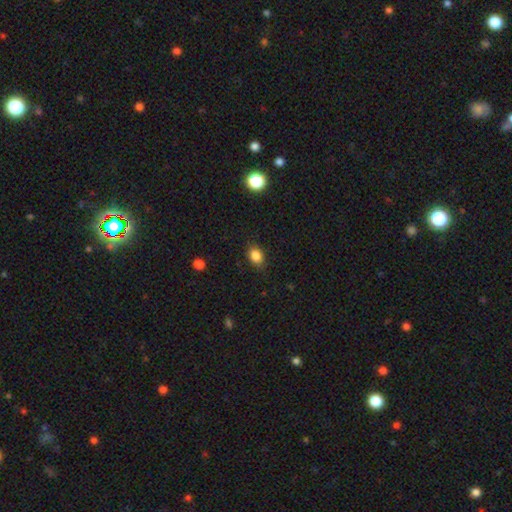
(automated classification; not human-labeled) smooth 85%, star or artifact 10%, featured or disk 5%. Down the decision tree: how rounded — in between (66%); merging — none (85%).